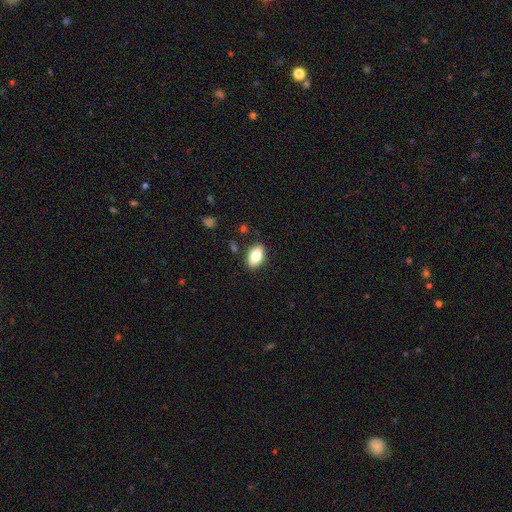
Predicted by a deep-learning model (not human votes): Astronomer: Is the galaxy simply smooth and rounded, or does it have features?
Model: smooth — 78%.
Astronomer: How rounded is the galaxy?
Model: in between — 90%.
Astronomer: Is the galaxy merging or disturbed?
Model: none — 87%.